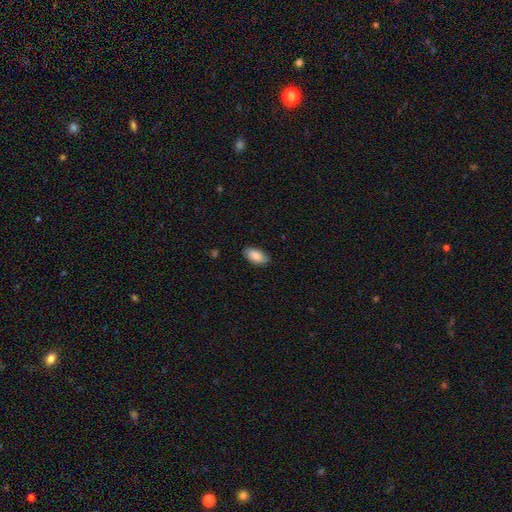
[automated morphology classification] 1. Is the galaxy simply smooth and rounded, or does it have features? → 85% smooth, 9% featured or disk, 6% star or artifact.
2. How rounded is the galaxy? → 94% in between, 3% round, 2% cigar-shaped.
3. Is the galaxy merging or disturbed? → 84% none, 13% minor disturbance, 2% major disturbance, 1% merger.